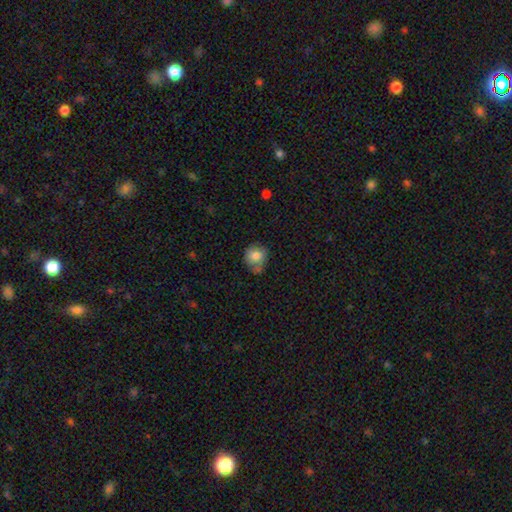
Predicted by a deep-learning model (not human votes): A smooth galaxy with no disk features (81%) that is round (76%). Merging: none (52%).